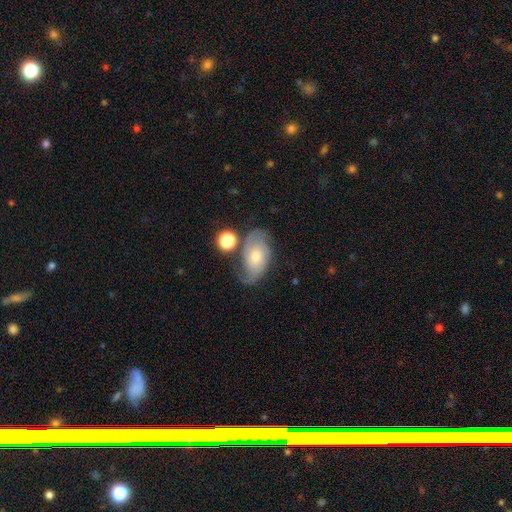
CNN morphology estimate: Overall: featured or disk (70%). Edge-on disk: no (96%). Bar: no (72%). Spiral arms: yes (92%). Spiral arm count: 2 (77%). Spiral winding: medium (43%; tight 30%). Bulge size: moderate (49%; small 42%). Merging: none (60%; minor disturbance 21%).